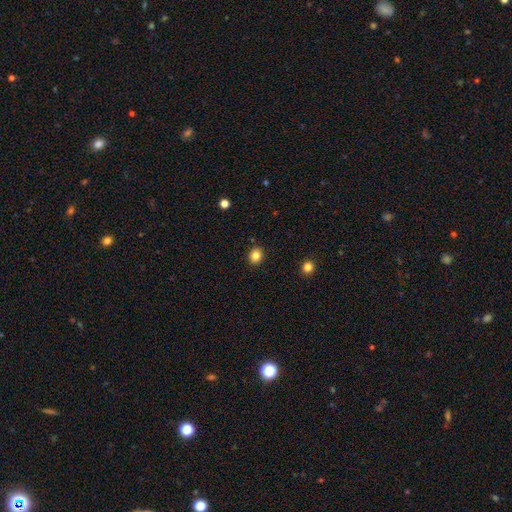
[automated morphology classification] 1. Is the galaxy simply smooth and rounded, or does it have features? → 84% smooth, 11% star or artifact, 5% featured or disk.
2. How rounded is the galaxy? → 69% round, 30% in between, 1% cigar-shaped.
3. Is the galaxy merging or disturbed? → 90% none, 7% minor disturbance, 2% major disturbance, 2% merger.